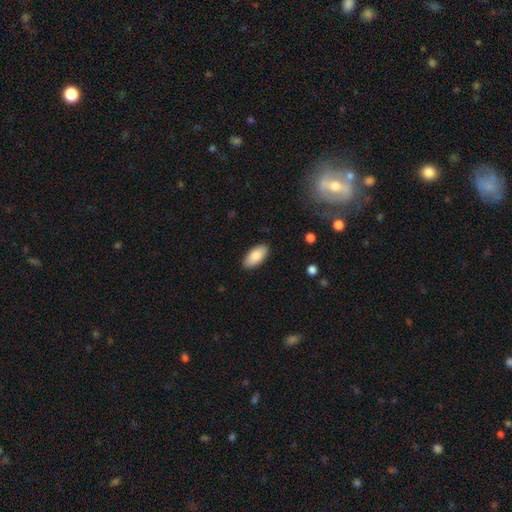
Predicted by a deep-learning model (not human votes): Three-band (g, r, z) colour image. It shows a smooth galaxy with no disk features (84%) that is in between round and cigar-shaped (93%). Merging: none (88%).